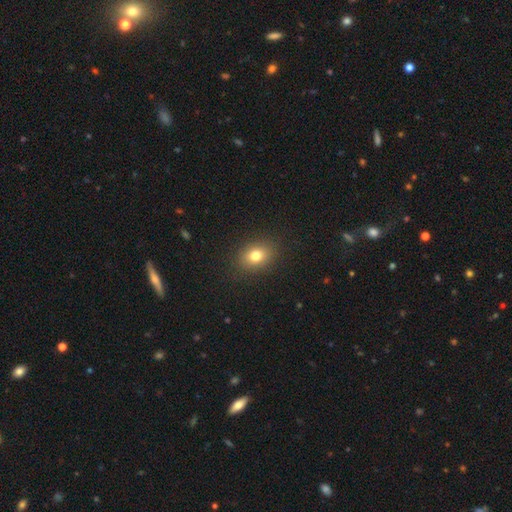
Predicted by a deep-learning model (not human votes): Smooth or featured? Predicted: smooth (p=0.78). How rounded? Predicted: in between (p=0.63). Merging? Predicted: none (p=0.88).